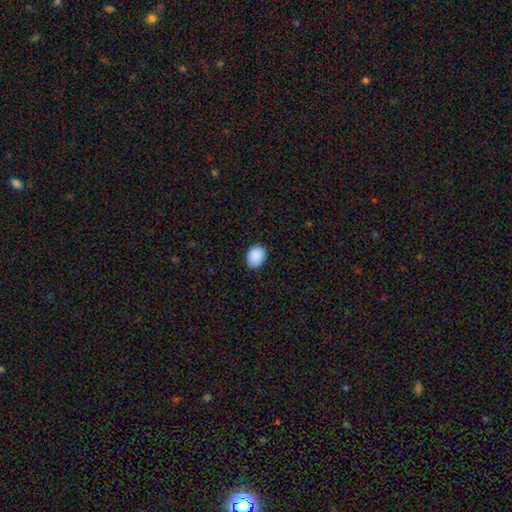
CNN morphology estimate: Overall: smooth (90%). How rounded: in between (61%; round 38%). Merging: none (85%).